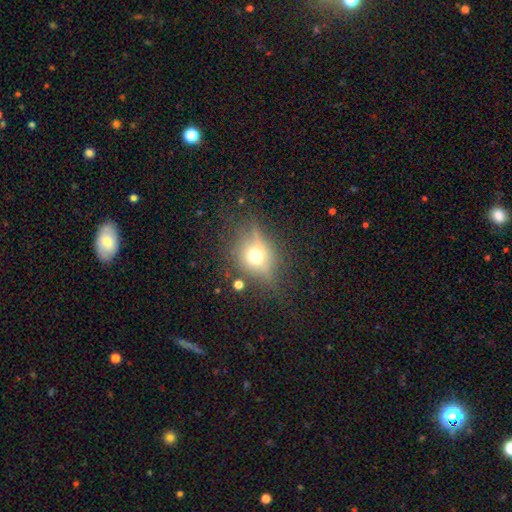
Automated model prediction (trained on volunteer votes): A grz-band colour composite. It shows a smooth galaxy with no disk features (42%). Merging: none (69%).